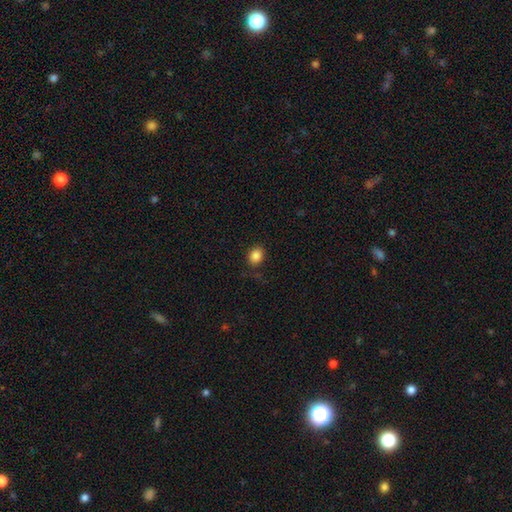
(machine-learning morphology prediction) smooth_or_featured: smooth (p=0.86) [alt: star or artifact p=0.10]
how_rounded: round (p=0.58) [alt: in between p=0.41]
merging: none (p=0.84) [alt: minor disturbance p=0.11]